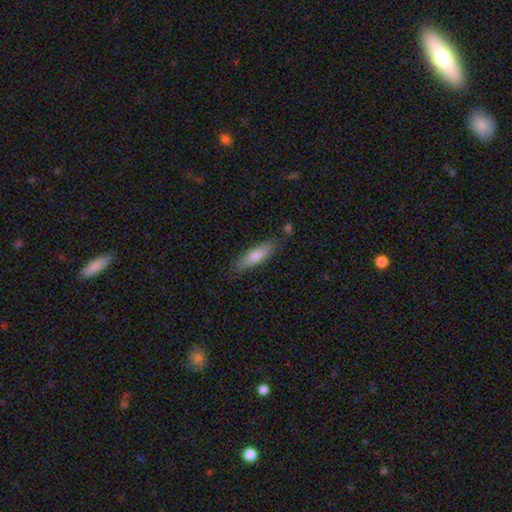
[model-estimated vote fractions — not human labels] Overall: smooth (74%). How rounded: cigar-shaped (59%; in between 39%). Merging: none (80%).